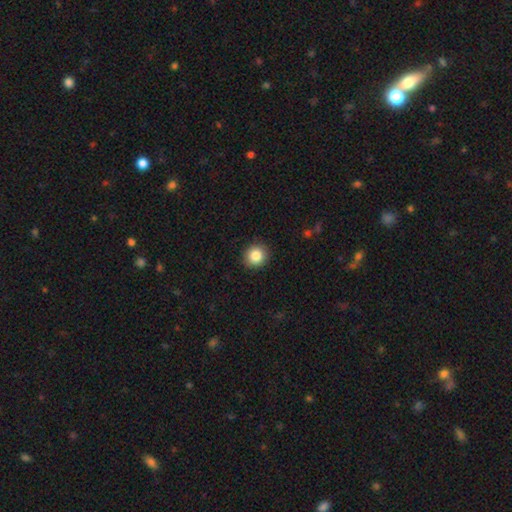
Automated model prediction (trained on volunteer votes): Smooth or featured?
  - smooth: 85% *
  - star or artifact: 9%
  - featured or disk: 6%
How rounded?
  - round: 90% *
  - in between: 9%
  - cigar-shaped: 1%
Merging?
  - none: 92% *
  - minor disturbance: 6%
  - major disturbance: 2%
  - merger: 1%